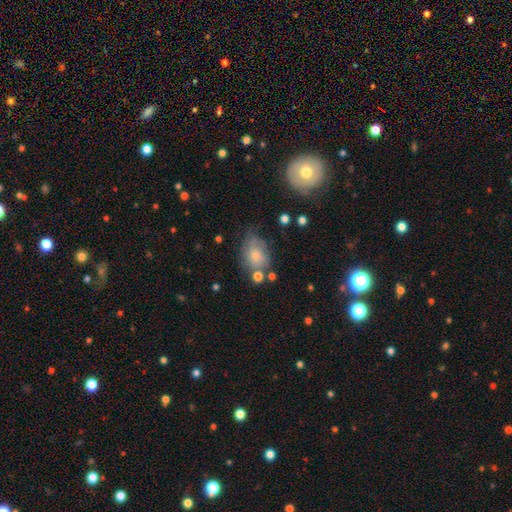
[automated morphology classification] smooth_or_featured: smooth (p=0.59) [alt: featured or disk p=0.31]
how_rounded: in between (p=0.71) [alt: round p=0.28]
merging: none (p=0.43) [alt: minor disturbance p=0.31]